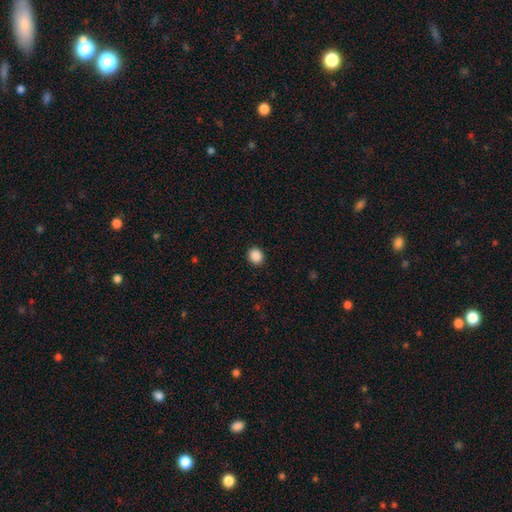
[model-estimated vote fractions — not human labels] Smooth or featured? smooth (89%)
How rounded? round (68%)
Merging? none (91%)